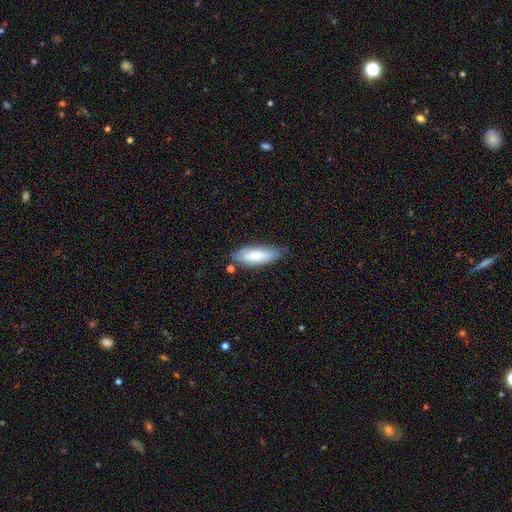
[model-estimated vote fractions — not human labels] Overall: smooth (77%). How rounded: in between (61%; cigar-shaped 38%). Merging: none (70%).